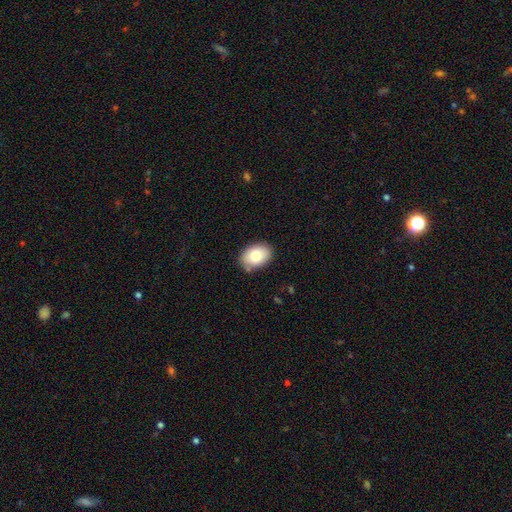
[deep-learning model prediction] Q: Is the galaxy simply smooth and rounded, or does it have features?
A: smooth — 80%.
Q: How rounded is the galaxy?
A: in between — 83%.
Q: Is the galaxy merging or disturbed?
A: none — 82%.